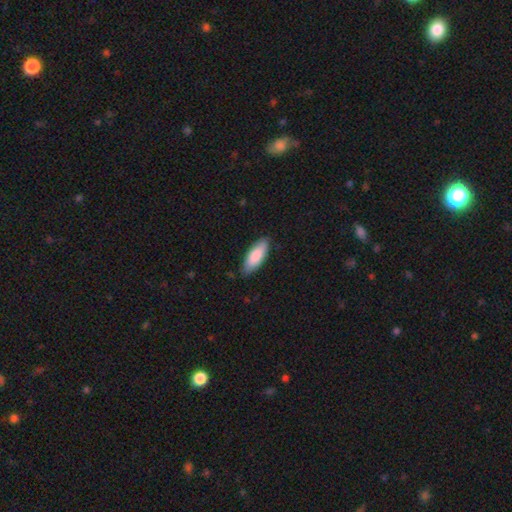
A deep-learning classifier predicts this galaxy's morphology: smooth-or-featured: smooth: 85% | featured or disk: 9% | star or artifact: 5%
  how-rounded: in between: 70% | cigar-shaped: 29% | round: 1%
  merging: none: 83% | minor disturbance: 13% | major disturbance: 2% | merger: 1%